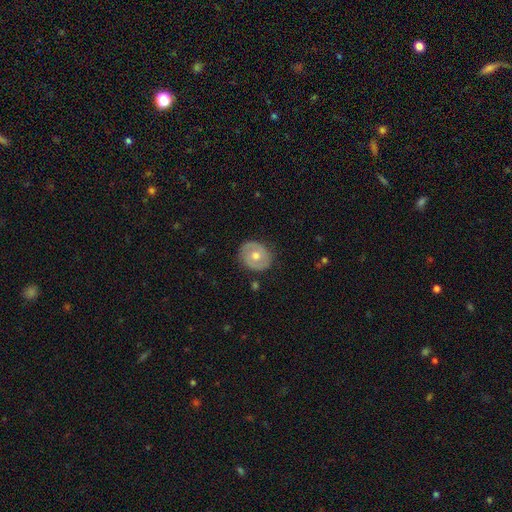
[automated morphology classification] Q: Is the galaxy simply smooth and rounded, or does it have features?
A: featured or disk — 53%.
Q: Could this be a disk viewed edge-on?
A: no — 96%.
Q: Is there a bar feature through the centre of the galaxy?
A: no — 78%.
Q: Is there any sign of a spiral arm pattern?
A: no — 55%.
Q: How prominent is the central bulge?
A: moderate — 80%.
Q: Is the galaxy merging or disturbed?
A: none — 85%.